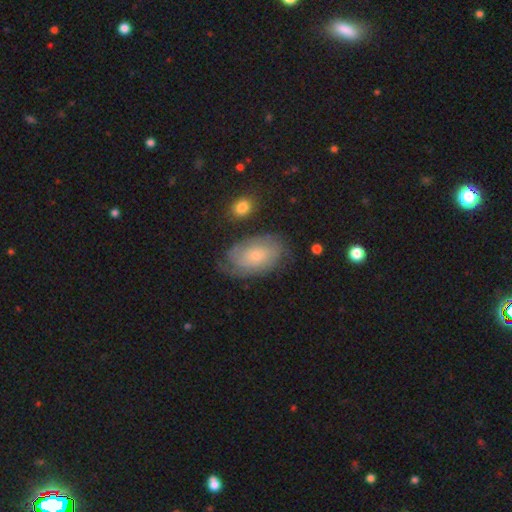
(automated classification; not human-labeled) This is possibly a featured or disk galaxy (53%). It is clearly not viewed edge-on (95%). Bar: likely no (76%). Spiral arm pattern: clearly yes (82%). Central bulge: possibly small (60%). Merging: likely none (67%).